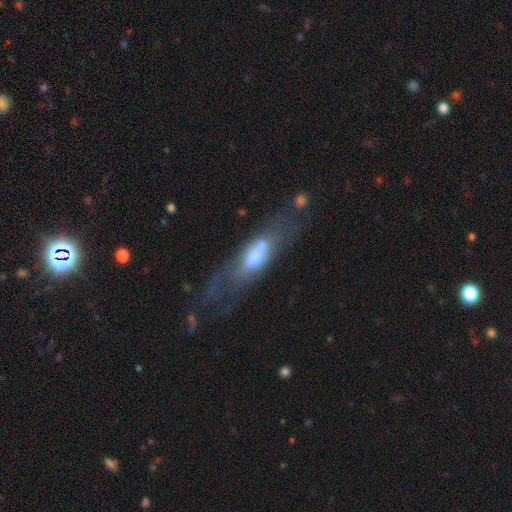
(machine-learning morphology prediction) This is possibly a smooth galaxy (46%). Merging: marginally none (43%).